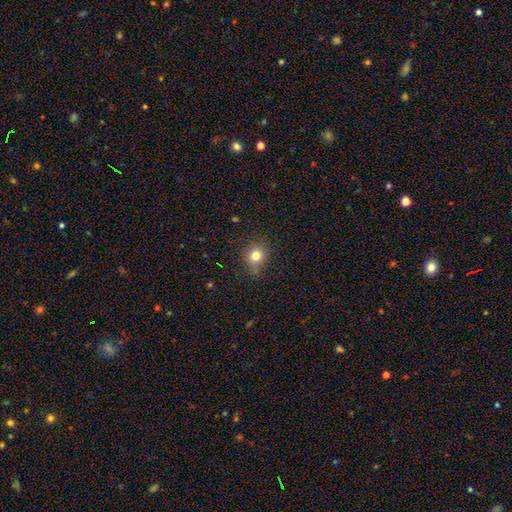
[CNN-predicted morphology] smooth 79%, star or artifact 14%, featured or disk 7%. Down the decision tree: how rounded — round (83%); merging — none (83%).